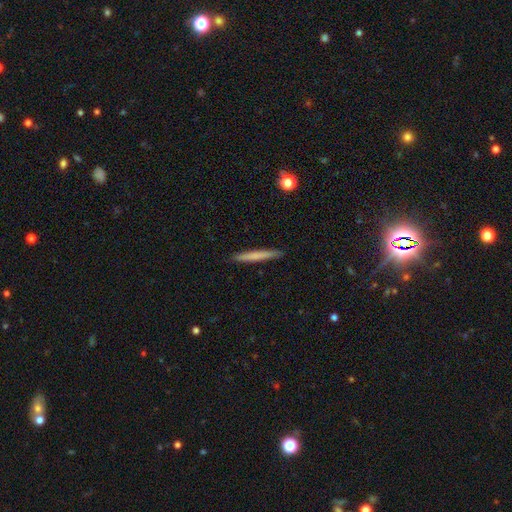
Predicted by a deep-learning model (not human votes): A smooth galaxy with no disk features (68%) that is cigar-shaped (97%).

Vote fractions:
- Smooth or featured? smooth: 68% / featured or disk: 26% / star or artifact: 6%
- How rounded? cigar-shaped: 97% / in between: 2% / round: 1%
- Merging? none: 91% / minor disturbance: 6% / major disturbance: 1% / merger: 1%